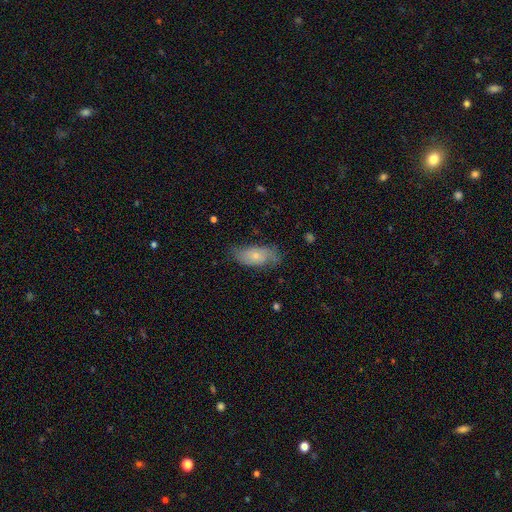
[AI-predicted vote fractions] A smooth galaxy with no disk features (56%) that is in between round and cigar-shaped (87%). Merging: none (64%).